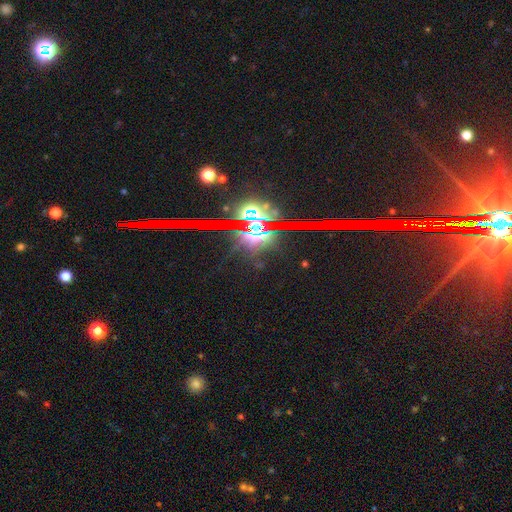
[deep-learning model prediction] Q: Smooth or featured?
A: star or artifact (81%); runner-up: featured or disk (12%)